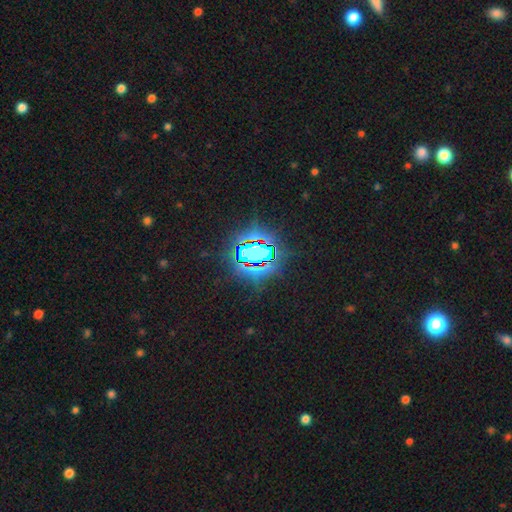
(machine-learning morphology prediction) Smooth or featured? Predicted: star or artifact (p=0.73).